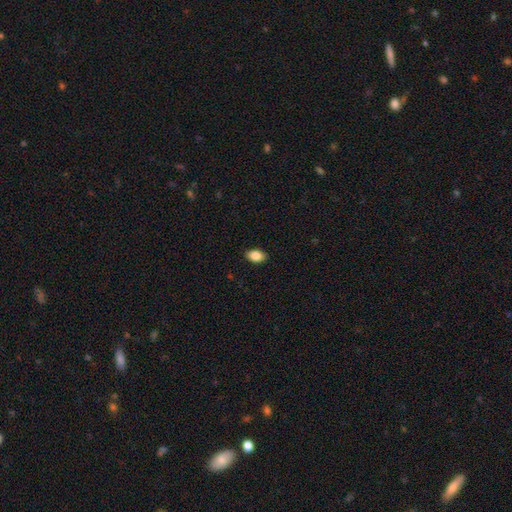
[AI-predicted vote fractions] smooth 87%, star or artifact 8%, featured or disk 6%. Down the decision tree: how rounded — in between (89%); merging — none (89%).